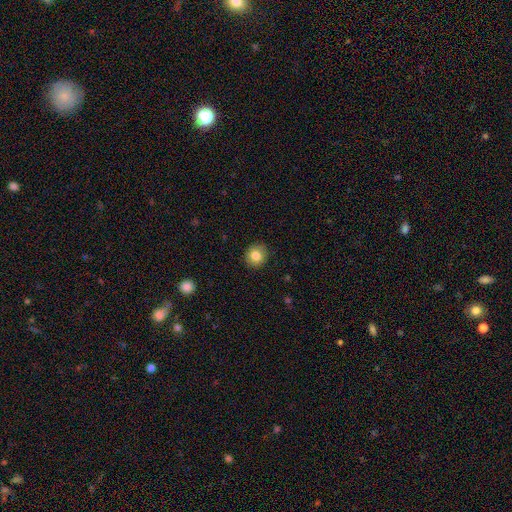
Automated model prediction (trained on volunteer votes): Smooth or featured? smooth (83%)
How rounded? round (86%)
Merging? none (90%)